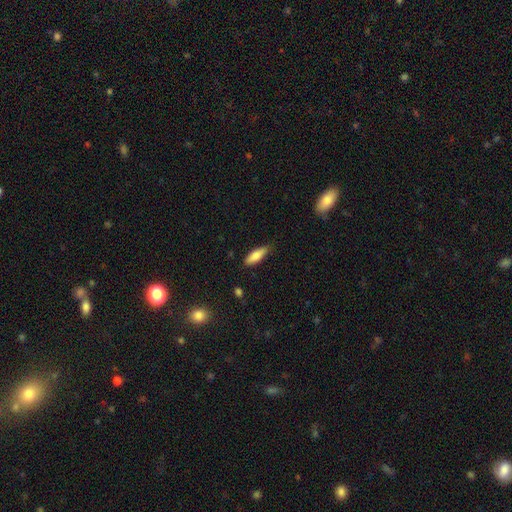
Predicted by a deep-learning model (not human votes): A smooth galaxy with no disk features (78%) that is in between round and cigar-shaped (53%). Merging: none (80%).